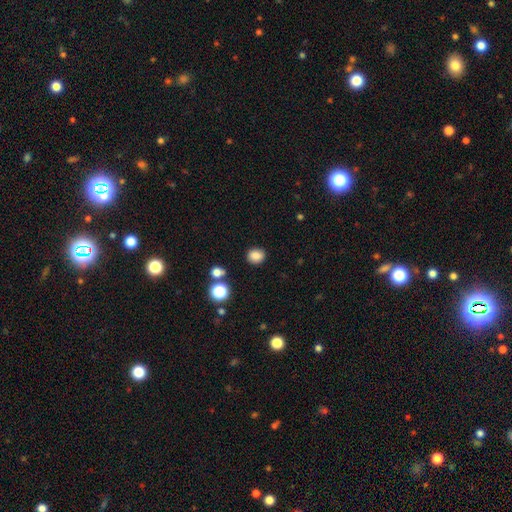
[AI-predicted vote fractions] This is clearly a smooth galaxy (84%). How rounded: likely round (72%). Merging: clearly none (87%).